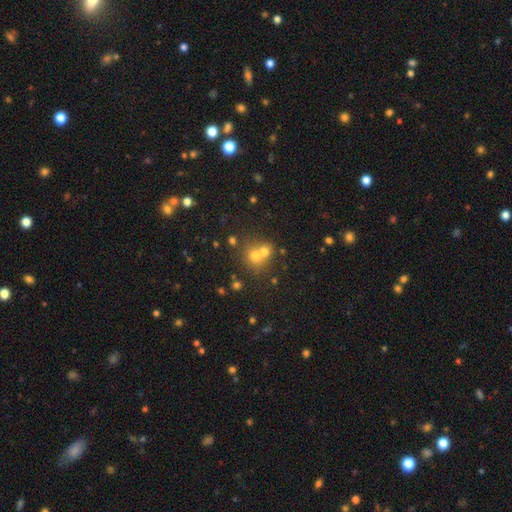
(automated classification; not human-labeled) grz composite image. It shows a smooth galaxy with no disk features (63%) that is round (80%). Merging: merger (54%).